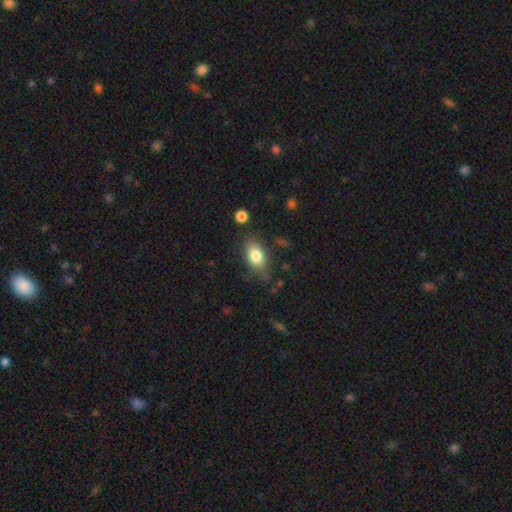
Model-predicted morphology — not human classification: Smooth or featured? smooth (80%)
How rounded? in between (85%)
Merging? none (72%)